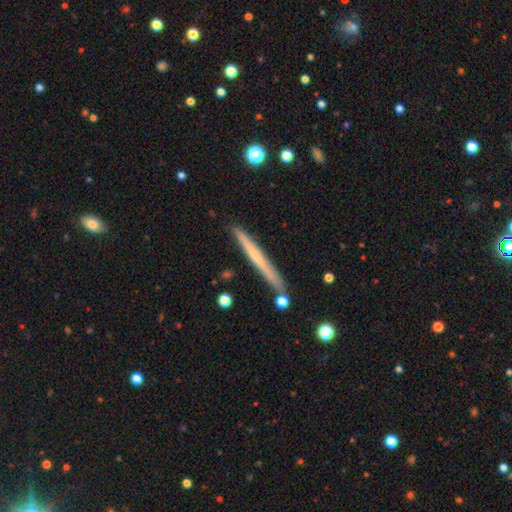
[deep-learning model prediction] This appears to be a featured or disk galaxy (50%). Merging: none (87%).